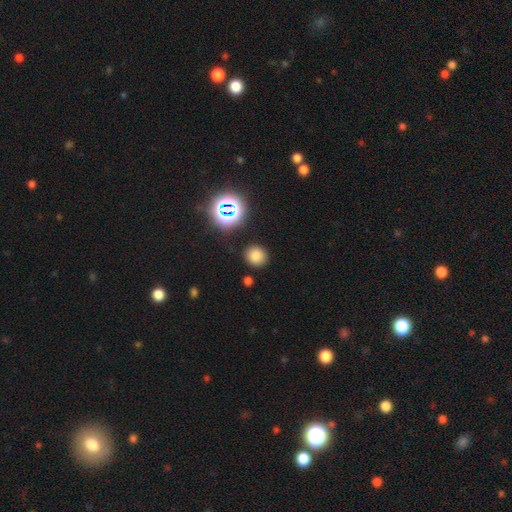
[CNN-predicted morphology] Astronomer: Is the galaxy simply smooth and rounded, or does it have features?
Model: smooth — 76%.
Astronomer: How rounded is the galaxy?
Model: round — 87%.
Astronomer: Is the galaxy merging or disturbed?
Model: none — 88%.